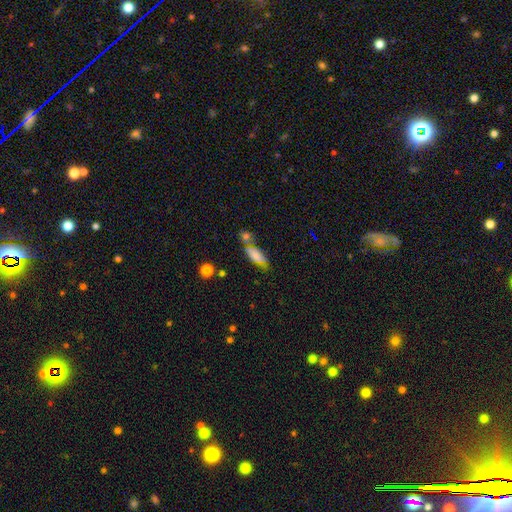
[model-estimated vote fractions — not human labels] smooth 74%, featured or disk 18%, star or artifact 9%. Down the decision tree: how rounded — in between (68%); merging — none (50%).